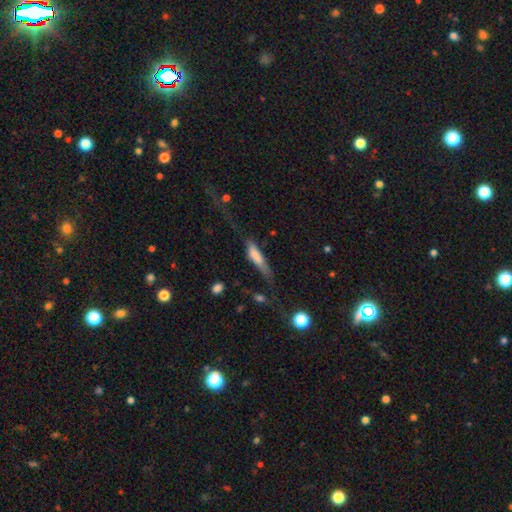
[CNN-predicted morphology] This appears to be a smooth galaxy with no disk features (67%) that is cigar-shaped (77%). Merging: none (36%).